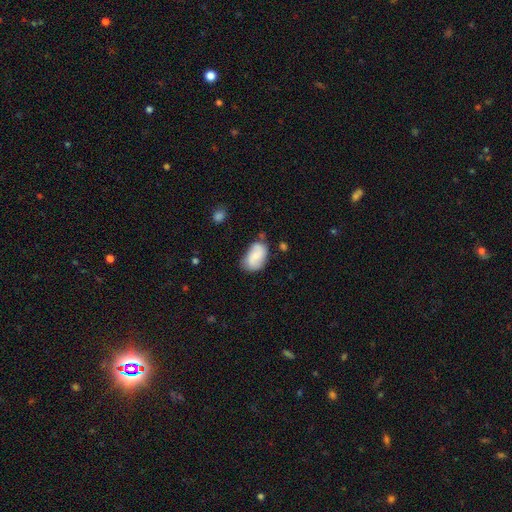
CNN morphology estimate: type=smooth (59%); roundness=in between (87%); merging=none (58%).